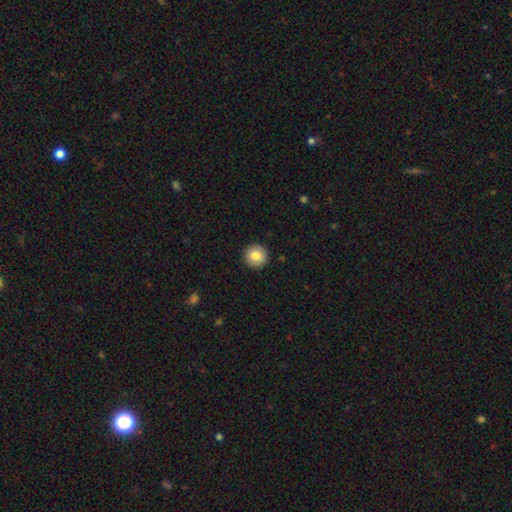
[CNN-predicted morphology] Q: Smooth or featured?
A: smooth (82%); runner-up: featured or disk (9%)
Q: How rounded?
A: round (95%); runner-up: in between (4%)
Q: Merging?
A: none (93%); runner-up: minor disturbance (5%)